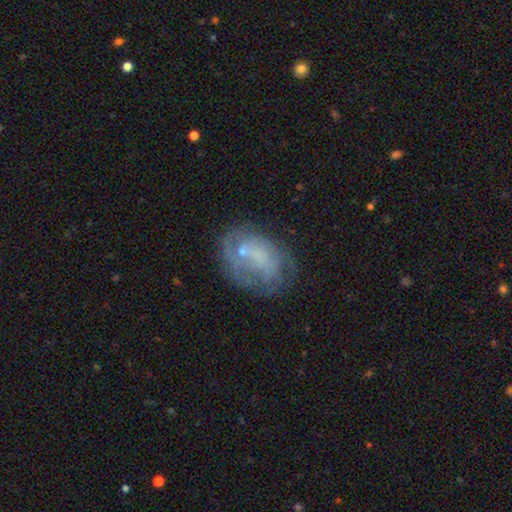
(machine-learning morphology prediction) This is possibly a featured or disk galaxy (59%). It is clearly not viewed edge-on (97%). Bar: likely no (67%). Spiral arm pattern: possibly yes (53%). Central bulge: marginally small (41%, tied with none). Merging: possibly none (50%).